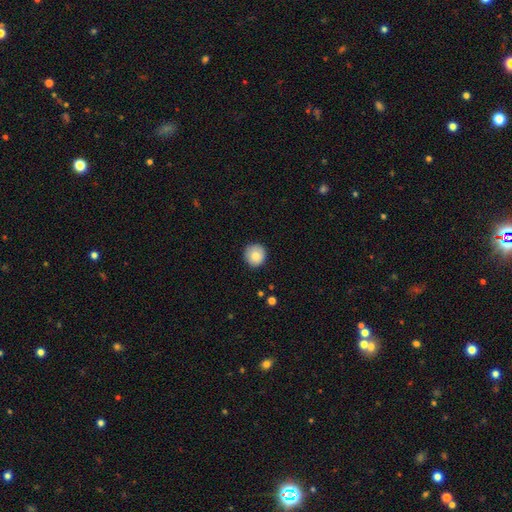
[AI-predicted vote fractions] Smooth or featured?
  - smooth: 84% *
  - star or artifact: 8%
  - featured or disk: 8%
How rounded?
  - round: 92% *
  - in between: 7%
  - cigar-shaped: 1%
Merging?
  - none: 87% *
  - minor disturbance: 10%
  - major disturbance: 2%
  - merger: 1%